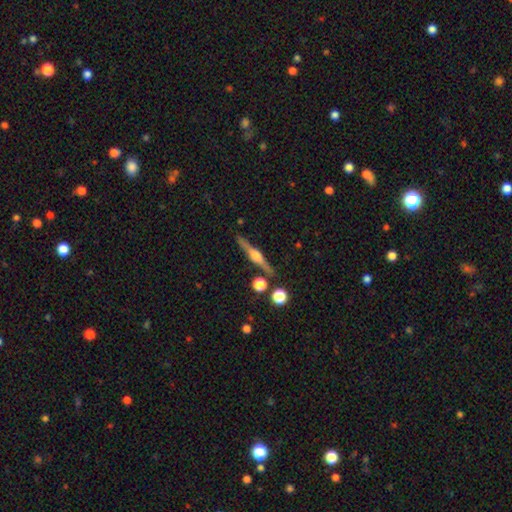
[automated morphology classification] Smooth or featured? featured or disk (81%)
Edge-on disk? yes (98%)
Edge-on bulge? rounded (89%)
Merging? none (87%)